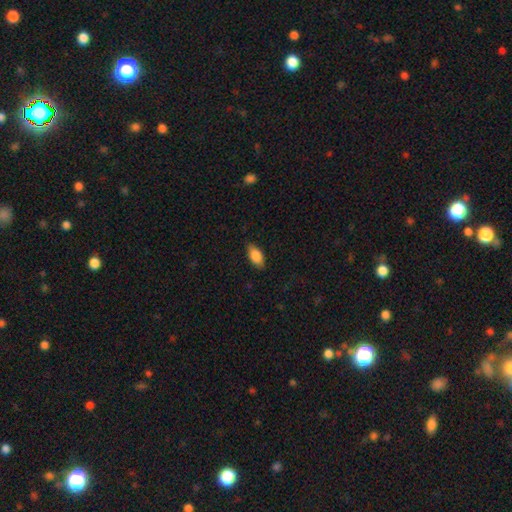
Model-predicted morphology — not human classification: A smooth galaxy with no disk features (85%) that is in between round and cigar-shaped (90%). Merging: none (85%).